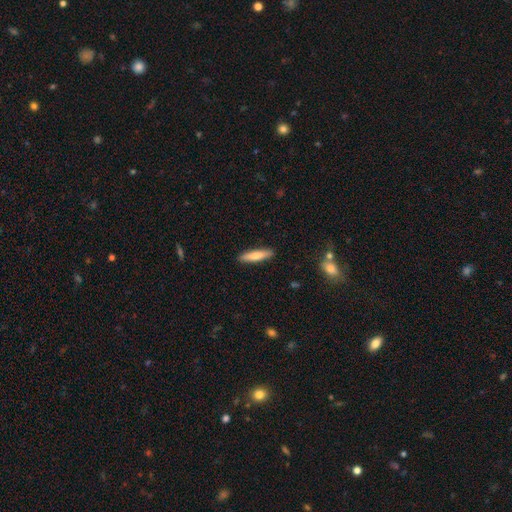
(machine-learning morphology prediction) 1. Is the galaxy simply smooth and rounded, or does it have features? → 72% smooth, 22% featured or disk, 5% star or artifact.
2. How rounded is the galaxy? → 81% cigar-shaped, 17% in between, 2% round.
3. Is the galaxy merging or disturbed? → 90% none, 7% minor disturbance, 1% major disturbance, 1% merger.